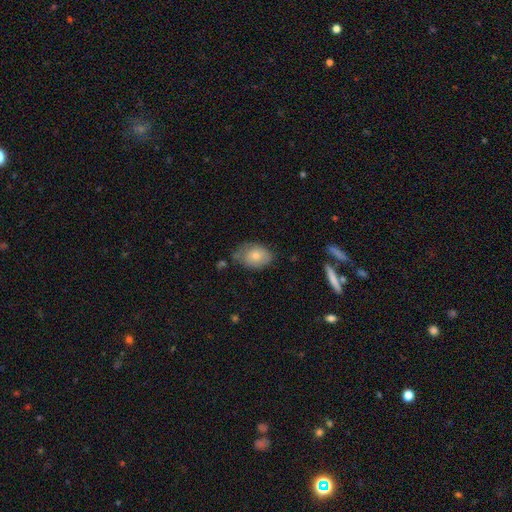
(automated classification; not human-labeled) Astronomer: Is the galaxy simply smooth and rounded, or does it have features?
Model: smooth — 73%.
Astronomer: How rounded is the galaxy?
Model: in between — 77%.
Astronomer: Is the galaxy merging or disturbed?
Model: none — 50% (runner-up: minor disturbance, 35%).